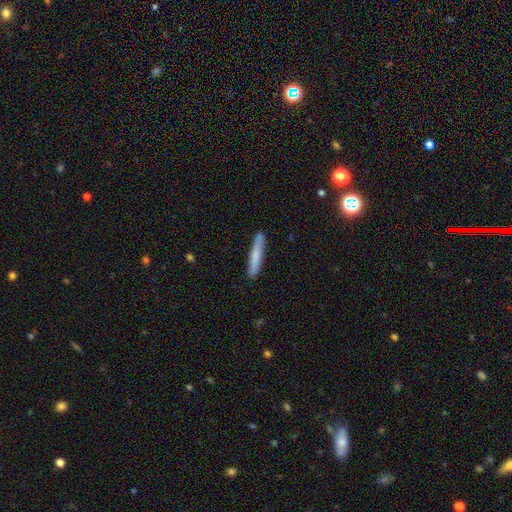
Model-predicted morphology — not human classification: A smooth galaxy with no disk features (72%) that is cigar-shaped (95%).

Vote fractions:
- Smooth or featured? smooth: 72% / featured or disk: 22% / star or artifact: 6%
- How rounded? cigar-shaped: 95% / in between: 4% / round: 1%
- Merging? none: 88% / minor disturbance: 9% / major disturbance: 2% / merger: 1%